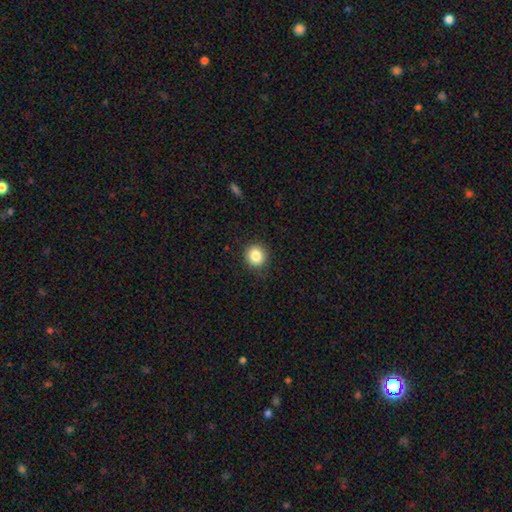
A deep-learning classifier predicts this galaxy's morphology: Q: Smooth or featured?
A: smooth (84%); runner-up: star or artifact (10%)
Q: How rounded?
A: round (88%); runner-up: in between (11%)
Q: Merging?
A: none (88%); runner-up: minor disturbance (8%)